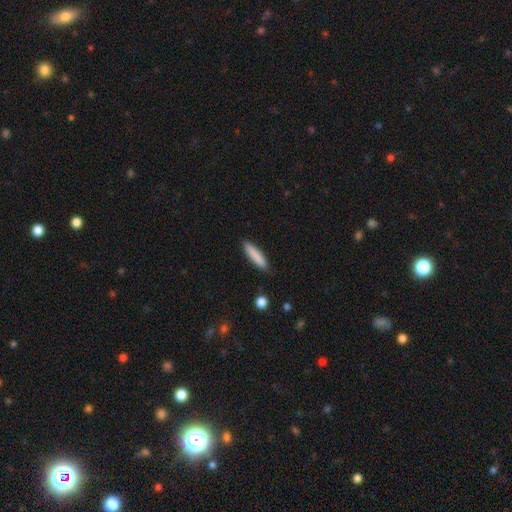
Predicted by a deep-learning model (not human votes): smooth 84%, featured or disk 10%, star or artifact 6%. Down the decision tree: how rounded — cigar-shaped (84%); merging — none (87%).